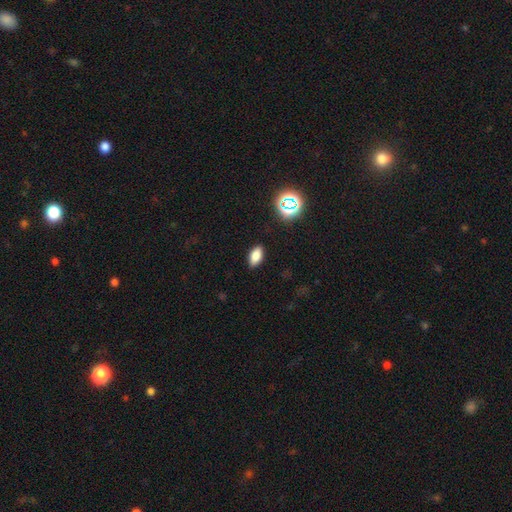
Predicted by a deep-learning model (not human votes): This is likely a smooth galaxy (79%). How rounded: clearly in between (90%). Merging: clearly none (88%).